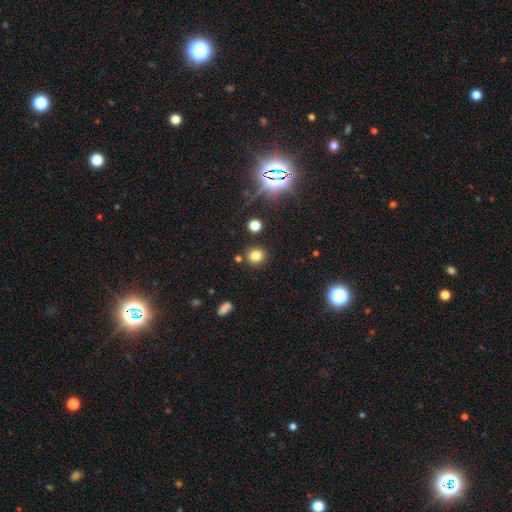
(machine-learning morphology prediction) Smooth or featured? Predicted: smooth (p=0.79). How rounded? Predicted: round (p=0.87). Merging? Predicted: none (p=0.84).